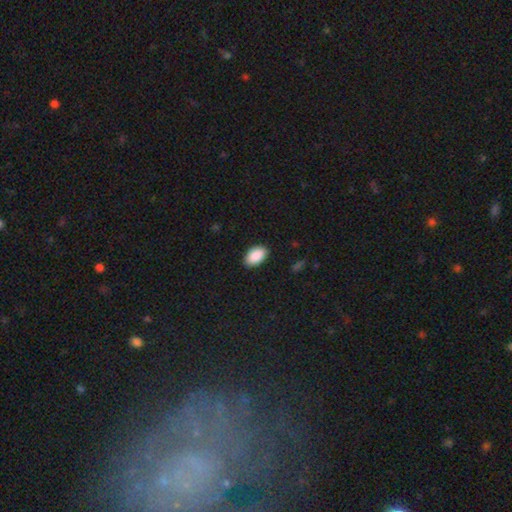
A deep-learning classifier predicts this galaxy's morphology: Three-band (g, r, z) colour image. It shows a smooth galaxy with no disk features (91%) that is in between round and cigar-shaped (94%). Merging: none (88%).